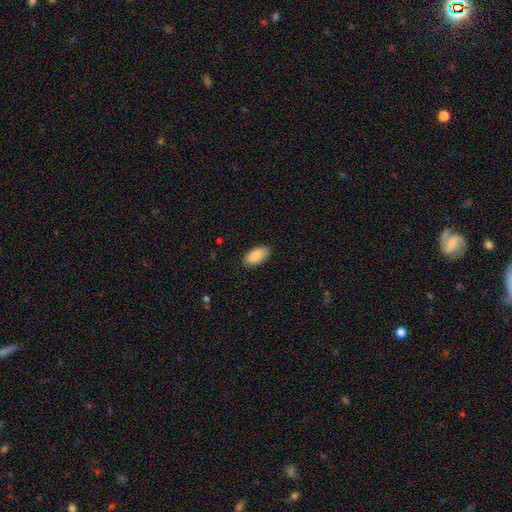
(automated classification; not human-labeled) Smooth or featured? Predicted: smooth (p=0.86). How rounded? Predicted: in between (p=0.93). Merging? Predicted: none (p=0.87).